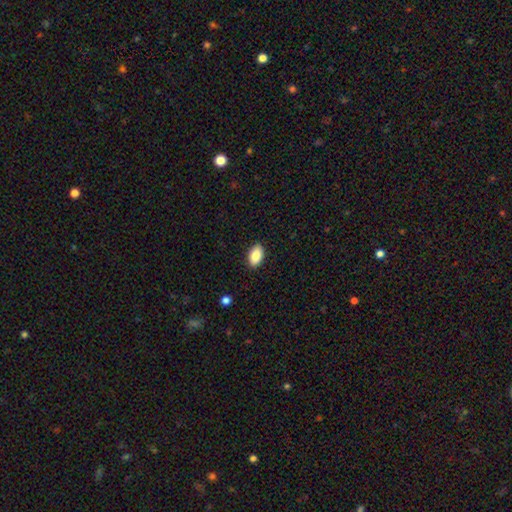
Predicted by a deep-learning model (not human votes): smooth_or_featured: smooth (p=0.88) [alt: star or artifact p=0.07]
how_rounded: in between (p=0.93) [alt: round p=0.05]
merging: none (p=0.89) [alt: minor disturbance p=0.08]